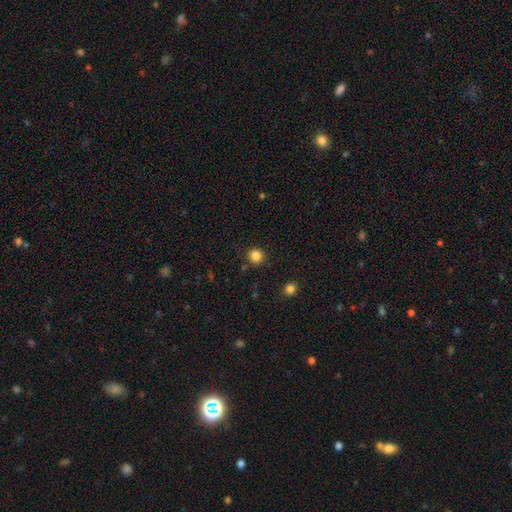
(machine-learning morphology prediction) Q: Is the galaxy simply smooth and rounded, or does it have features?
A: smooth — 84%.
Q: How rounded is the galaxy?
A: round — 93%.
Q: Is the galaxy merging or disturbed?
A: none — 89%.